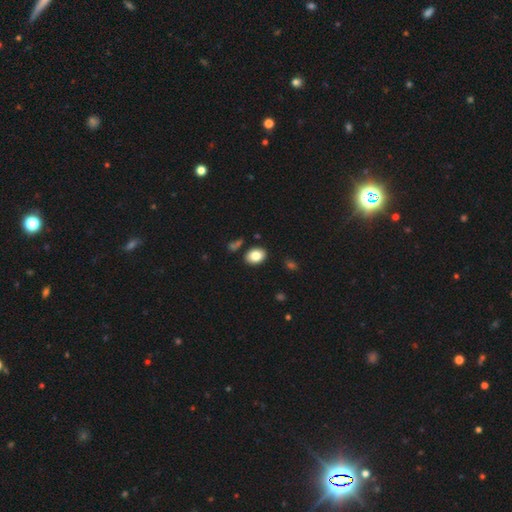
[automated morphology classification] Smooth or featured: smooth — 83% (featured or disk — 9%)
How rounded: in between — 72% (round — 27%)
Merging: none — 85% (minor disturbance — 10%)